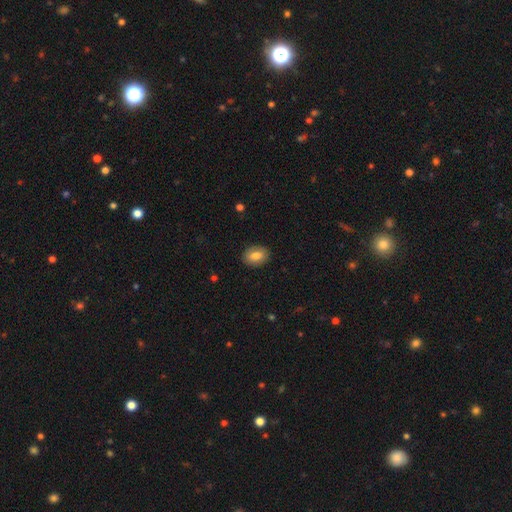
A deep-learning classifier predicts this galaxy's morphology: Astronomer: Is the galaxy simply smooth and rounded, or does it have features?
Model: smooth — 80%.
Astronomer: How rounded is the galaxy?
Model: in between — 76%.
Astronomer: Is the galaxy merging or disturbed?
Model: none — 88%.